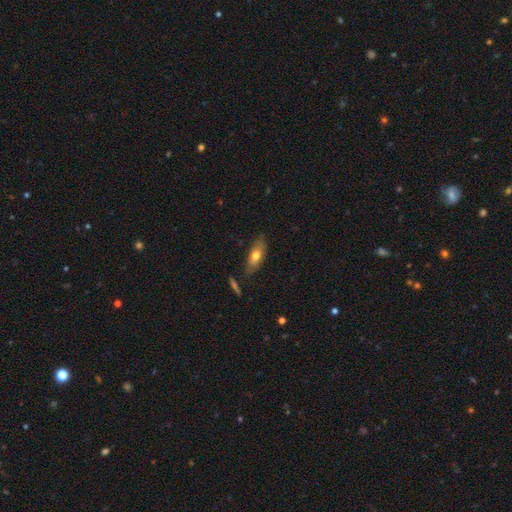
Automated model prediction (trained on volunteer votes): Overall: smooth (63%; featured or disk 30%). How rounded: in between (67%; cigar-shaped 29%). Merging: none (78%).